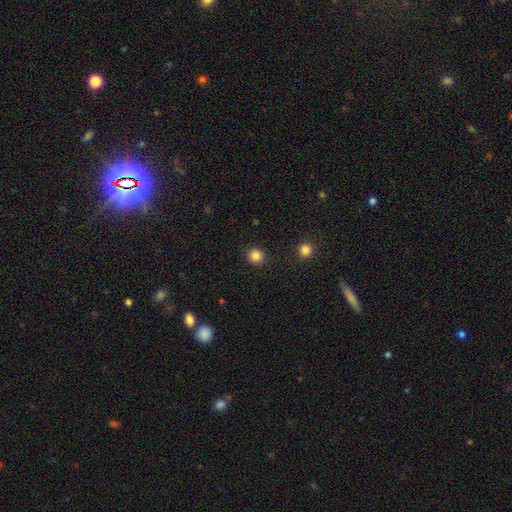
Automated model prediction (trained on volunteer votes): smooth-or-featured: smooth: 85% | star or artifact: 12% | featured or disk: 4%
  how-rounded: round: 91% | in between: 8% | cigar-shaped: 1%
  merging: none: 92% | minor disturbance: 5% | major disturbance: 2% | merger: 1%